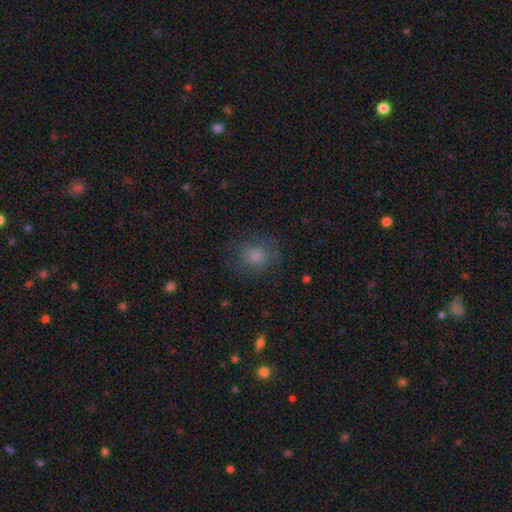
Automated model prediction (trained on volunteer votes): Smooth or featured? smooth (68%)
How rounded? round (71%)
Merging? none (77%)